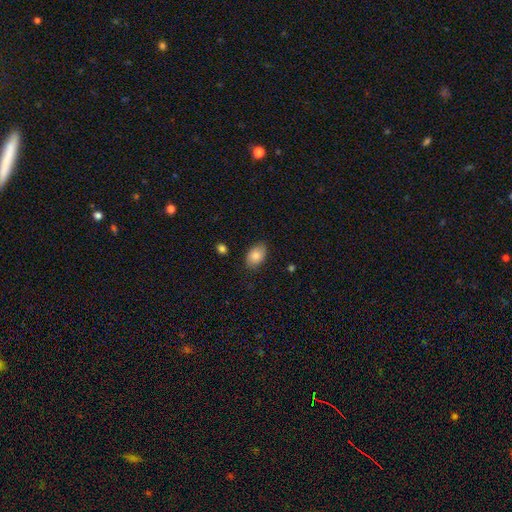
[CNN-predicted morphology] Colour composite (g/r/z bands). It shows a smooth galaxy with no disk features (81%) that is in between round and cigar-shaped (87%). Merging: none (81%).